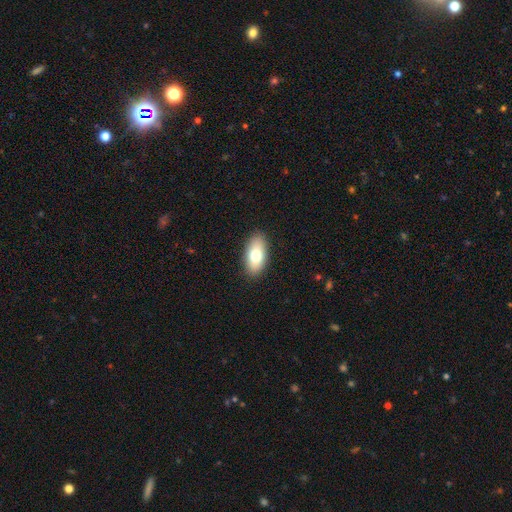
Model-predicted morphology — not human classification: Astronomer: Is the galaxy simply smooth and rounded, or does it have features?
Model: smooth — 74%.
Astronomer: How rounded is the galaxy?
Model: in between — 91%.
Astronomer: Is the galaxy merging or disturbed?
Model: none — 89%.